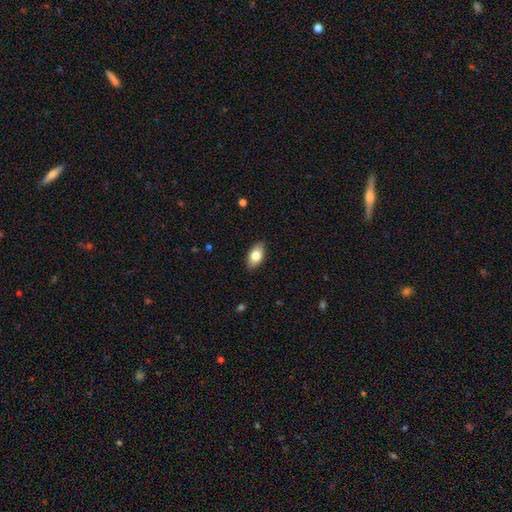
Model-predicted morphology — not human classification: smooth-or-featured: smooth: 78% | featured or disk: 15% | star or artifact: 7%
  how-rounded: in between: 91% | cigar-shaped: 4% | round: 4%
  merging: none: 88% | minor disturbance: 9% | major disturbance: 2% | merger: 1%